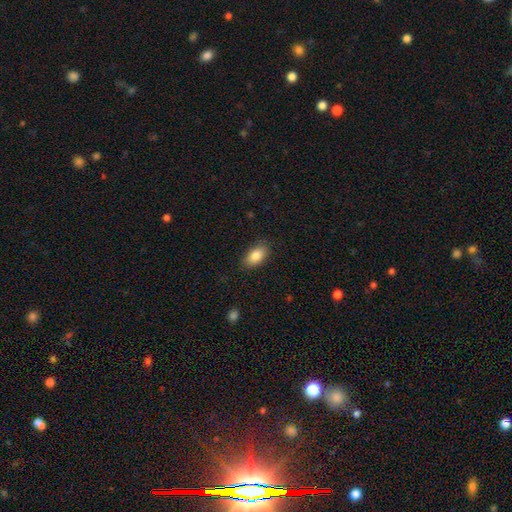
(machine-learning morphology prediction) smooth_or_featured: smooth (p=0.86) [alt: star or artifact p=0.07]
how_rounded: in between (p=0.92) [alt: round p=0.04]
merging: none (p=0.86) [alt: minor disturbance p=0.10]